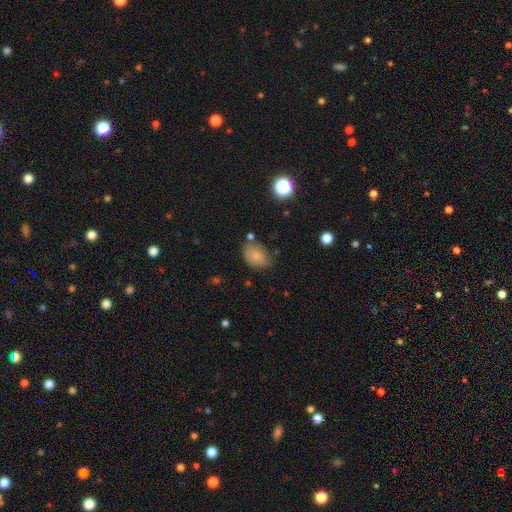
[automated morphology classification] smooth-or-featured: smooth: 81% | star or artifact: 10% | featured or disk: 9%
  how-rounded: in between: 76% | round: 23% | cigar-shaped: 1%
  merging: none: 68% | minor disturbance: 21% | merger: 5% | major disturbance: 5%